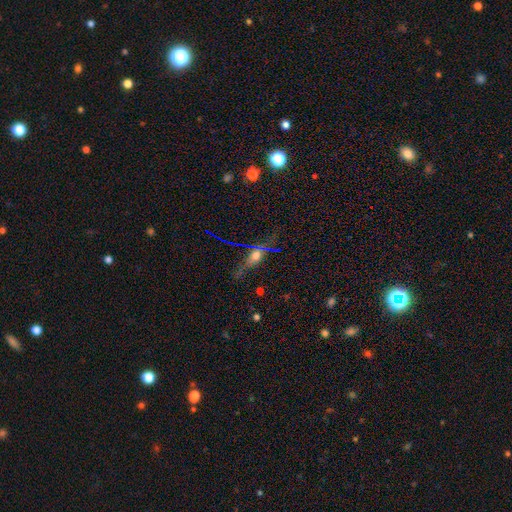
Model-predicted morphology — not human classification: type=smooth (34%); merging=none (67%).